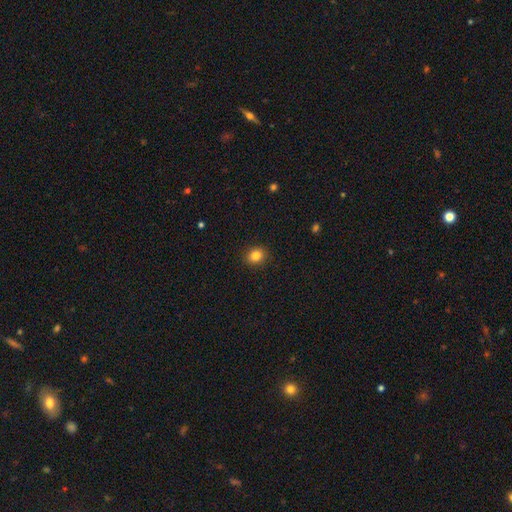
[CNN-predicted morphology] Smooth or featured?
  - smooth: 84% *
  - star or artifact: 11%
  - featured or disk: 6%
How rounded?
  - round: 61% *
  - in between: 38%
  - cigar-shaped: 1%
Merging?
  - none: 91% *
  - minor disturbance: 7%
  - major disturbance: 2%
  - merger: 1%